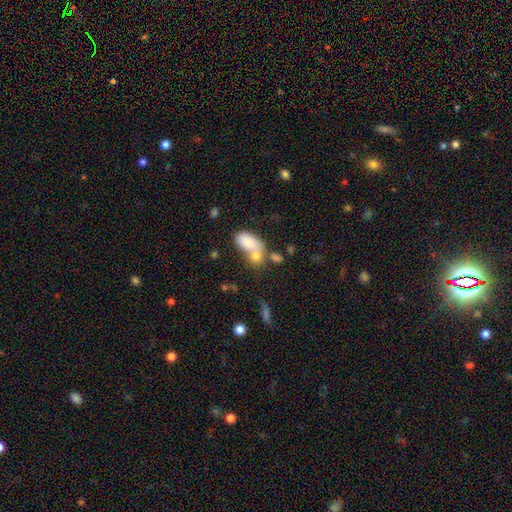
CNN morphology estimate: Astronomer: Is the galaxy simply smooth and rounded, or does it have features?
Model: smooth — 78%.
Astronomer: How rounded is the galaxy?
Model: in between — 83%.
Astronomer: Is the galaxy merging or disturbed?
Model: merger — 57%.